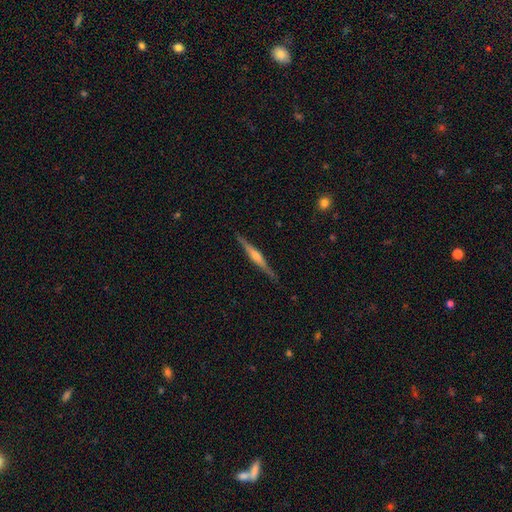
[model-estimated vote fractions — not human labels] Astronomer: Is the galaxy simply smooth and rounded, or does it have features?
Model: featured or disk — 80%.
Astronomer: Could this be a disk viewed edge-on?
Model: yes — 98%.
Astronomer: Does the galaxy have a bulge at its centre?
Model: rounded — 76%.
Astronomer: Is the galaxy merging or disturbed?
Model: none — 90%.